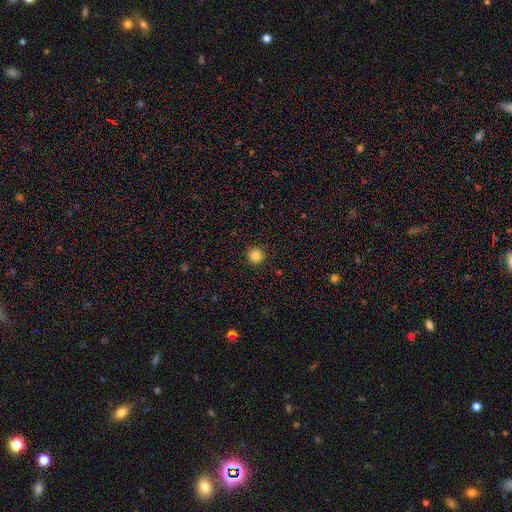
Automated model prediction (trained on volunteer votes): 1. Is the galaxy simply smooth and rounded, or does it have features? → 84% smooth, 11% star or artifact, 4% featured or disk.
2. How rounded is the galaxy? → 95% round, 4% in between, 1% cigar-shaped.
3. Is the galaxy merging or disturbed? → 92% none, 5% minor disturbance, 2% major disturbance, 1% merger.